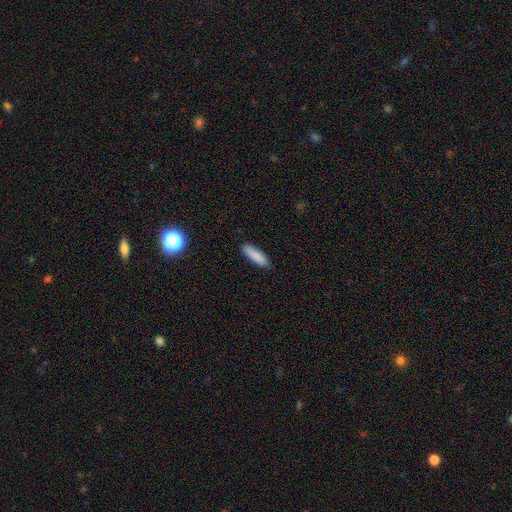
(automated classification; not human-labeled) A smooth galaxy with no disk features (87%) that is cigar-shaped (61%).

Vote fractions:
- Smooth or featured? smooth: 87% / star or artifact: 7% / featured or disk: 6%
- How rounded? cigar-shaped: 61% / in between: 38% / round: 2%
- Merging? none: 88% / minor disturbance: 9% / major disturbance: 2% / merger: 1%